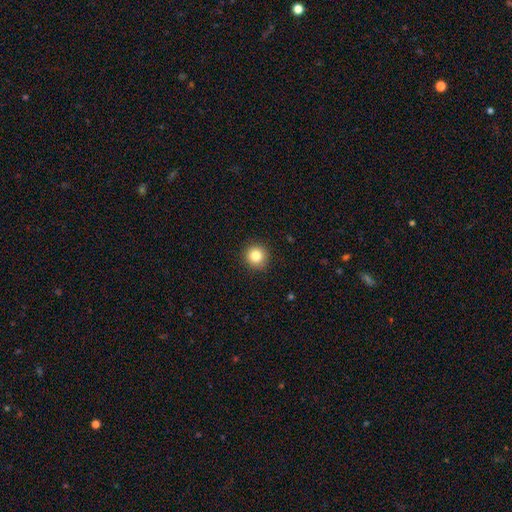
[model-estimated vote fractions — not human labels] smooth-or-featured: smooth: 83% | star or artifact: 11% | featured or disk: 6%
  how-rounded: round: 94% | in between: 6% | cigar-shaped: 1%
  merging: none: 91% | minor disturbance: 6% | major disturbance: 2% | merger: 1%